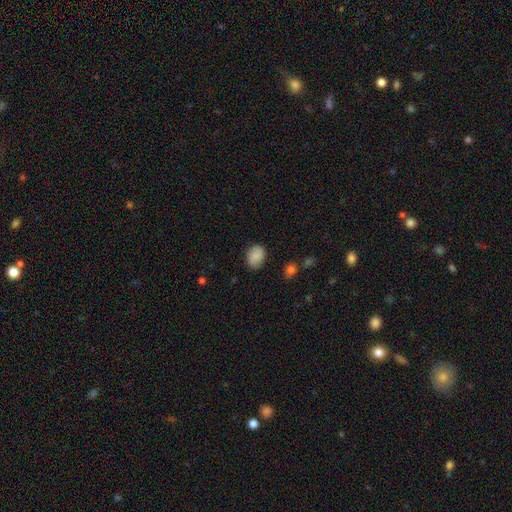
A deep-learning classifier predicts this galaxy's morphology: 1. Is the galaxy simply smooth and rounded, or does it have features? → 80% smooth, 12% featured or disk, 8% star or artifact.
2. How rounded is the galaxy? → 59% in between, 40% round, 1% cigar-shaped.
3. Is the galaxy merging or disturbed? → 78% none, 16% minor disturbance, 4% major disturbance, 1% merger.